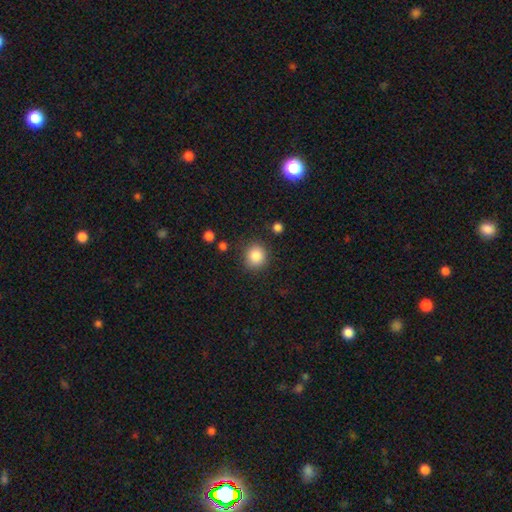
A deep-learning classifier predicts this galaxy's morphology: Smooth or featured? Predicted: smooth (p=0.86). How rounded? Predicted: round (p=0.86). Merging? Predicted: none (p=0.85).